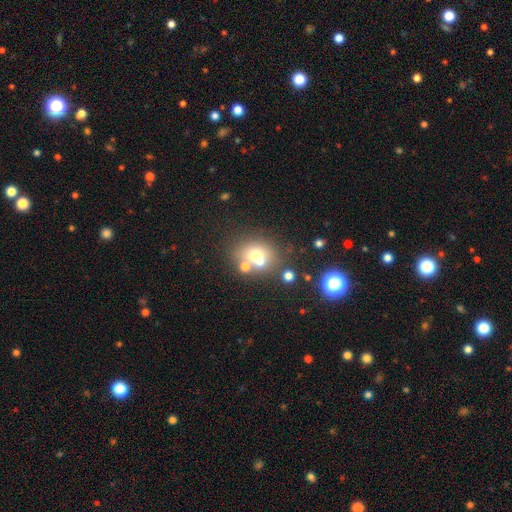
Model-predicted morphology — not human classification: smooth 61%, featured or disk 22%, star or artifact 17%. Down the decision tree: how rounded — round (72%); merging — none (51%).